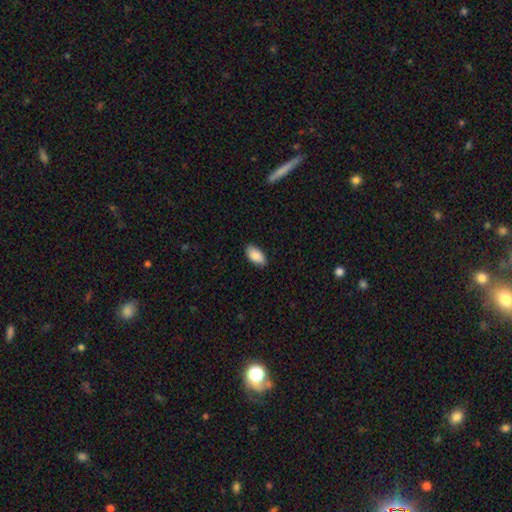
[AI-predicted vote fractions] A smooth galaxy with no disk features (87%) that is in between round and cigar-shaped (94%). Merging: none (87%).